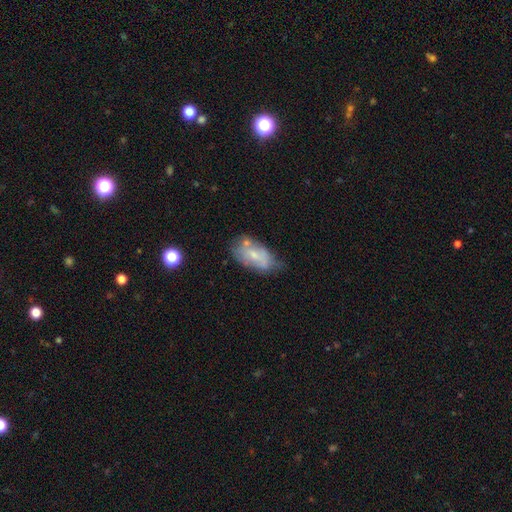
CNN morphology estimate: This is possibly a smooth galaxy (49%). Merging: marginally none (43%).